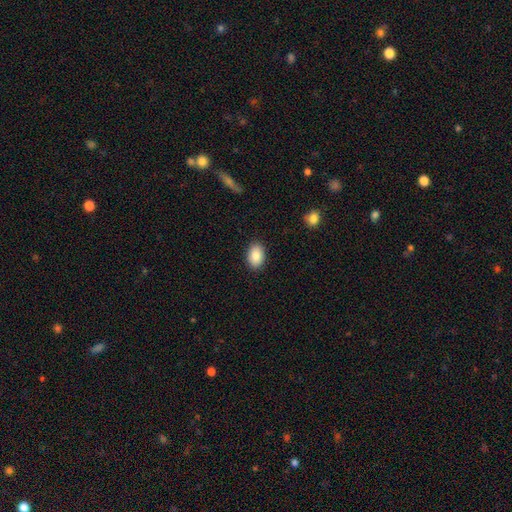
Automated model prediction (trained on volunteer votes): This appears to be a smooth galaxy with no disk features (87%) that is in between round and cigar-shaped (87%). Merging: none (89%).